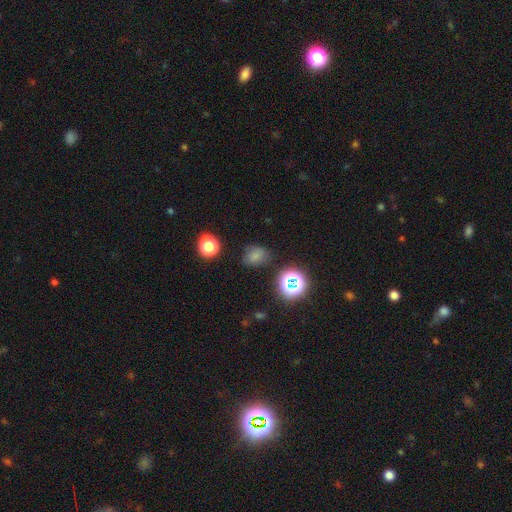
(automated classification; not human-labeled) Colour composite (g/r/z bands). It shows a smooth galaxy with no disk features (69%) that is in between round and cigar-shaped (57%). Merging: none (70%).